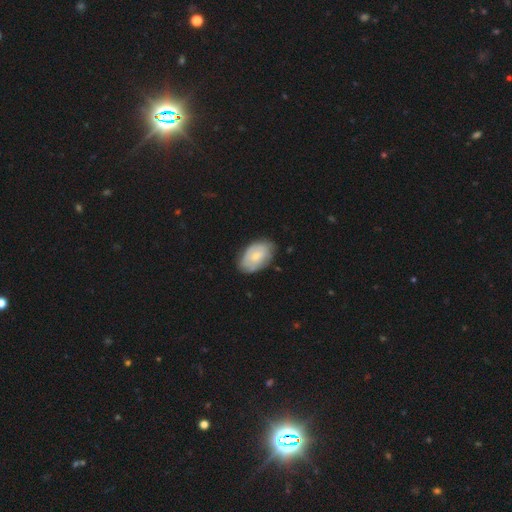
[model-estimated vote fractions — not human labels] Smooth or featured?
  - smooth: 56% *
  - featured or disk: 38%
  - star or artifact: 6%
How rounded?
  - in between: 90% *
  - round: 8%
  - cigar-shaped: 1%
Merging?
  - none: 73% *
  - minor disturbance: 21%
  - major disturbance: 4%
  - merger: 1%